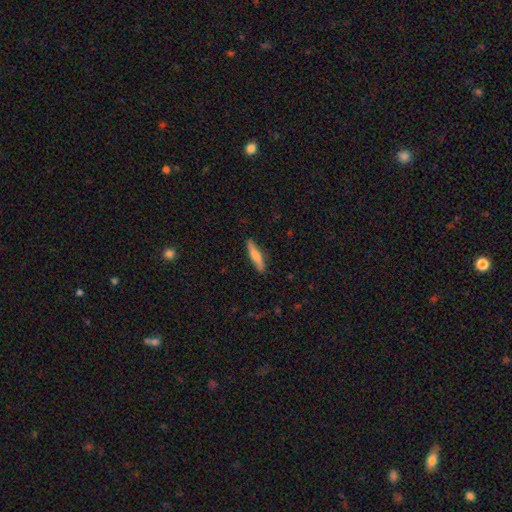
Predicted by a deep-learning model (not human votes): Smooth or featured: smooth — 67% (featured or disk — 28%)
How rounded: cigar-shaped — 86% (in between — 12%)
Merging: none — 86% (minor disturbance — 11%)